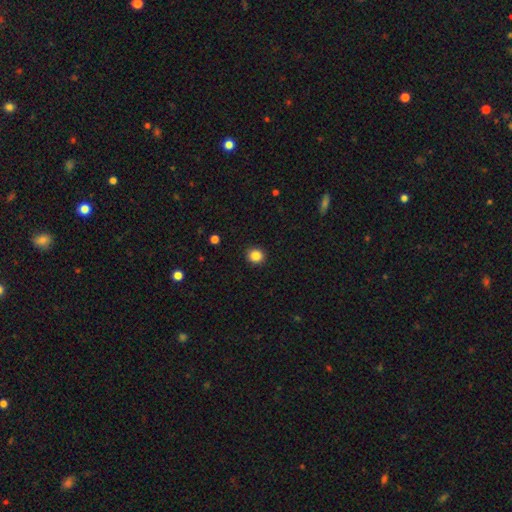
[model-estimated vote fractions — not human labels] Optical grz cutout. It shows a smooth galaxy with no disk features (86%) that is round (86%). Merging: none (92%).